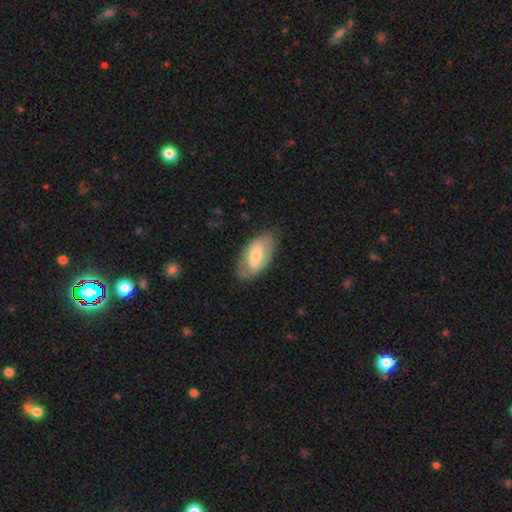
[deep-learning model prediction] Morphology: type=featured or disk (53%); edge-on=no (89%); merging=none (78%).